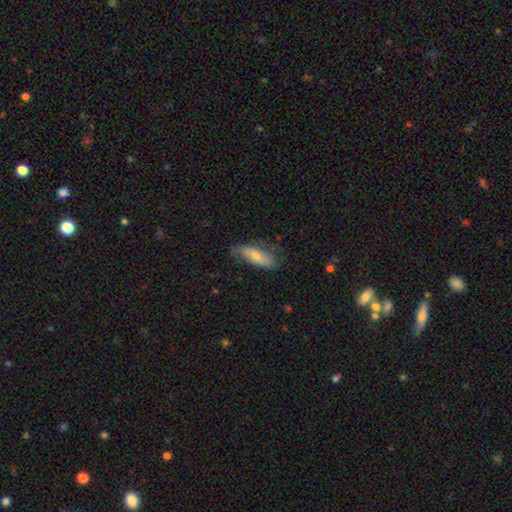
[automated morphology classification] A smooth galaxy with no disk features (53%) that is in between round and cigar-shaped (69%). Merging: none (66%).